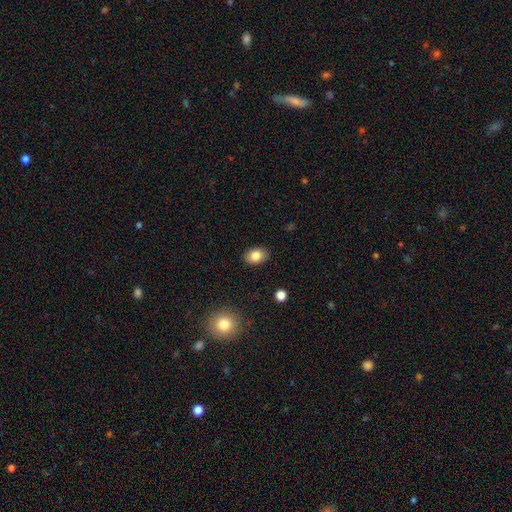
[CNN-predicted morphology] This appears to be a smooth galaxy with no disk features (82%) that is in between round and cigar-shaped (77%). Merging: none (88%).